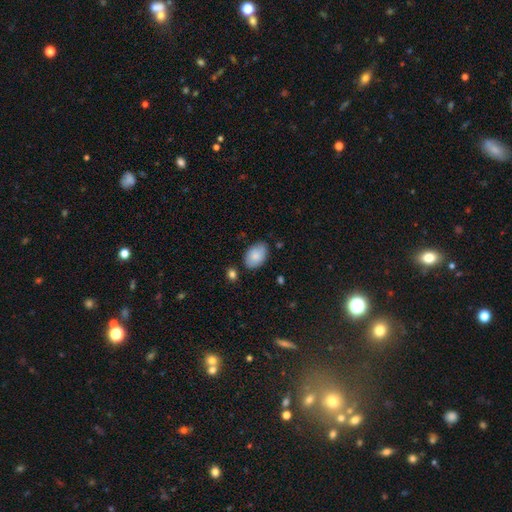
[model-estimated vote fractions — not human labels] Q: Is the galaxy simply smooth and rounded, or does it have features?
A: smooth — 85%.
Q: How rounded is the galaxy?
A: in between — 90%.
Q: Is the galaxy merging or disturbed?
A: none — 74%.